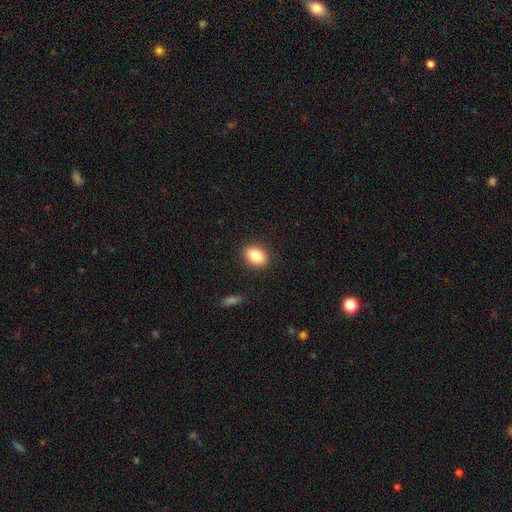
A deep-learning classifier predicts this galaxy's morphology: Q: Smooth or featured?
A: smooth (84%); runner-up: star or artifact (8%)
Q: How rounded?
A: in between (74%); runner-up: round (25%)
Q: Merging?
A: none (89%); runner-up: minor disturbance (8%)